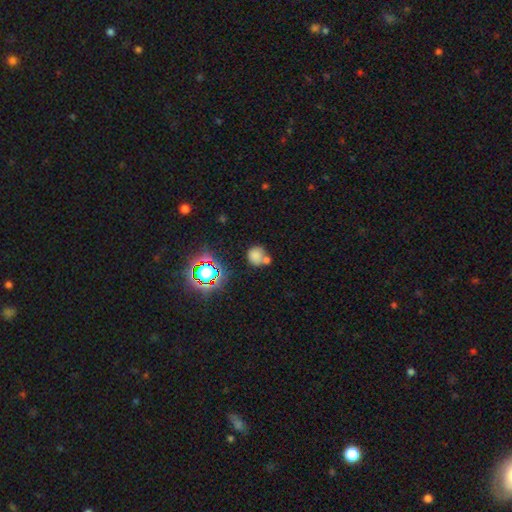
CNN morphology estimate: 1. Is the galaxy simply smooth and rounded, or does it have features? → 72% smooth, 18% star or artifact, 10% featured or disk.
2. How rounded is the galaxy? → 85% round, 14% in between, 1% cigar-shaped.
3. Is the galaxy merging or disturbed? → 51% none, 32% merger, 12% minor disturbance, 5% major disturbance.